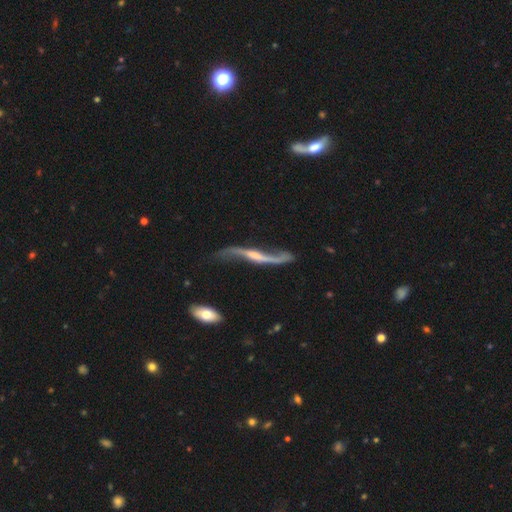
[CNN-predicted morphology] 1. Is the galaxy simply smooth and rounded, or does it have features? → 87% featured or disk, 7% smooth, 6% star or artifact.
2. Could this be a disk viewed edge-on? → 68% no, 32% yes.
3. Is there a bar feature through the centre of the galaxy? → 38% weak, 31% no, 30% strong.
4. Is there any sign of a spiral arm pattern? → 94% yes, 6% no.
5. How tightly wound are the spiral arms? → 93% loose, 5% medium, 2% tight.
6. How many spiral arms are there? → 92% 2, 4% 1, 2% can't tell, 1% 3, 1% 4, 1% more than 4.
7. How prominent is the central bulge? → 42% small, 31% moderate, 19% none, 5% large, 2% dominant.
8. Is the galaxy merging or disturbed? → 60% none, 20% minor disturbance, 15% major disturbance, 5% merger.